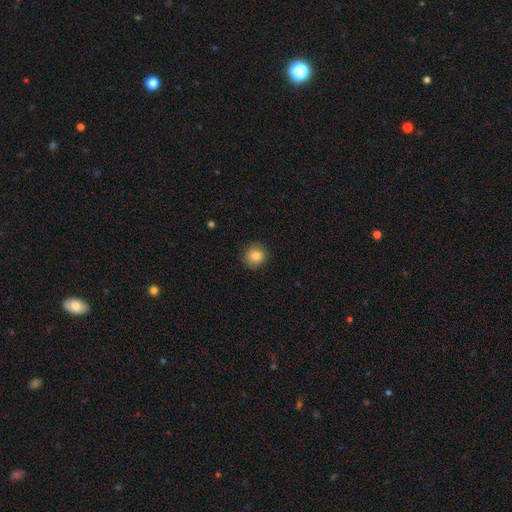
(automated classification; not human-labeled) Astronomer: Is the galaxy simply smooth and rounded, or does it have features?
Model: smooth — 84%.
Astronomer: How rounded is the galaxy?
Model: round — 88%.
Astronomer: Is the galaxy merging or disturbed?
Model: none — 88%.